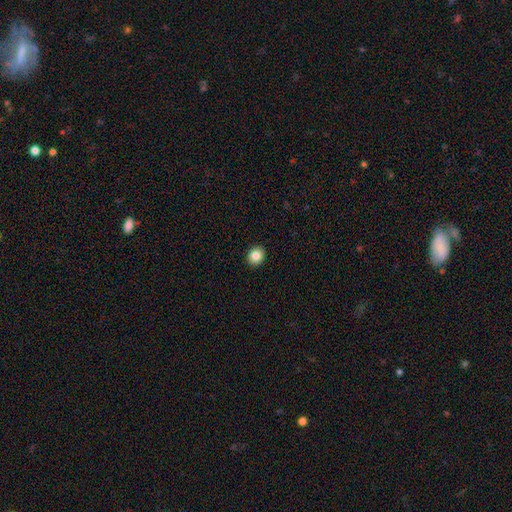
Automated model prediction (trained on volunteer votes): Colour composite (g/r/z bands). It shows a smooth galaxy with no disk features (85%) that is round (77%). Merging: none (93%).